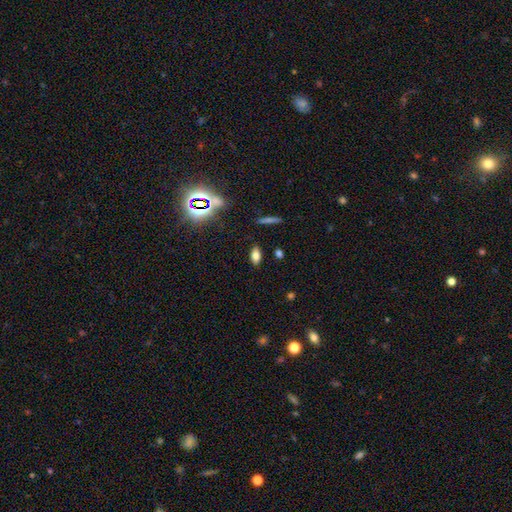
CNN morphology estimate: type=smooth (74%); roundness=in between (86%); merging=none (86%).